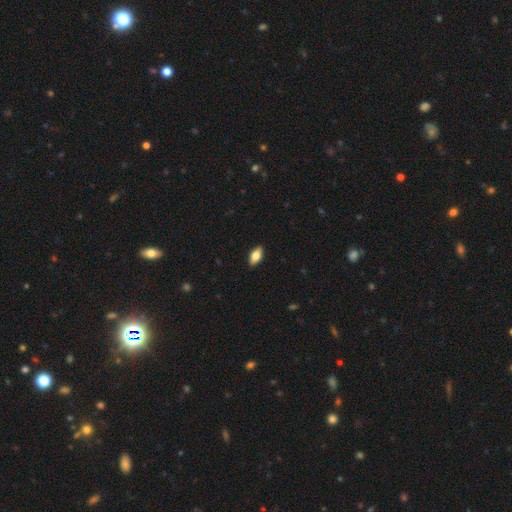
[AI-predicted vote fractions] smooth-or-featured: smooth: 74% | featured or disk: 19% | star or artifact: 7%
  how-rounded: in between: 88% | cigar-shaped: 9% | round: 3%
  merging: none: 89% | minor disturbance: 8% | major disturbance: 2% | merger: 1%